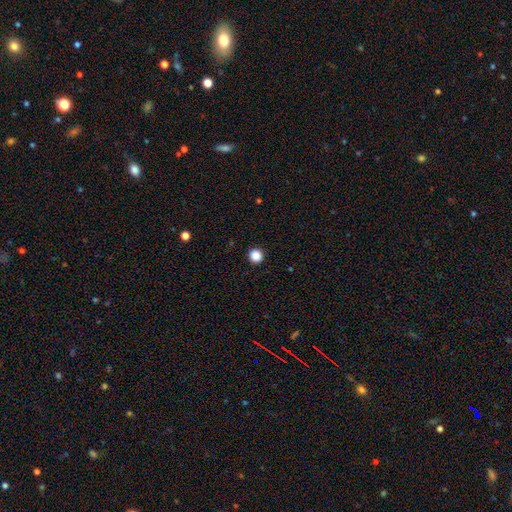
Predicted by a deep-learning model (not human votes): A smooth galaxy with no disk features (87%) that is round (94%).

Vote fractions:
- Smooth or featured? smooth: 87% / star or artifact: 11% / featured or disk: 2%
- How rounded? round: 94% / in between: 5% / cigar-shaped: 1%
- Merging? none: 93% / minor disturbance: 4% / major disturbance: 2% / merger: 1%